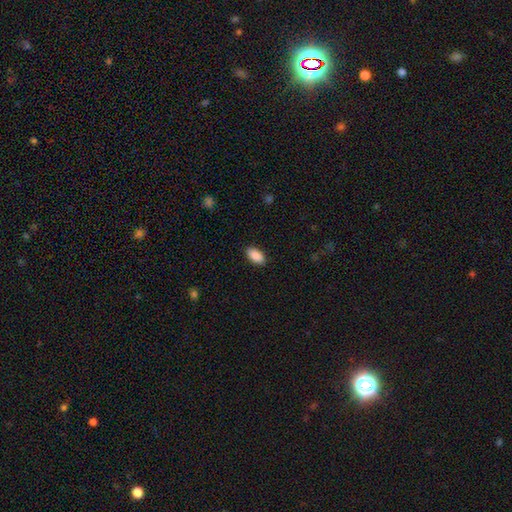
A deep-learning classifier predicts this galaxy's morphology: Smooth or featured? smooth (90%)
How rounded? in between (93%)
Merging? none (89%)